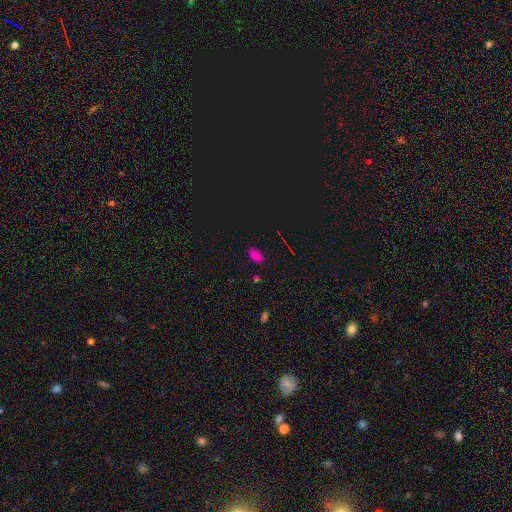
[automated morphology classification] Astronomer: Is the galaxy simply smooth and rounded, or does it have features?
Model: smooth — 68%.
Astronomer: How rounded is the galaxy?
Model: in between — 90%.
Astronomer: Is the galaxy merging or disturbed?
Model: none — 84%.